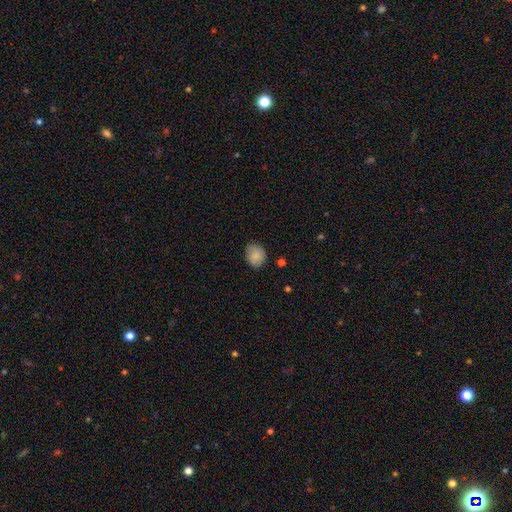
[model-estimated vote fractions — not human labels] Morphology: type=smooth (86%); roundness=round (63%); merging=none (73%).